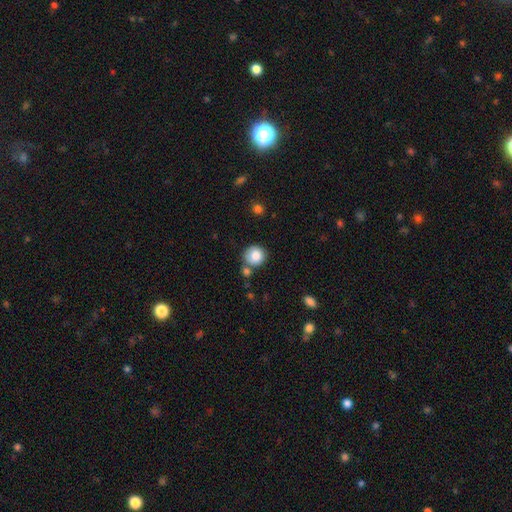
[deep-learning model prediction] A smooth galaxy with no disk features (83%) that is round (89%). Merging: none (70%).